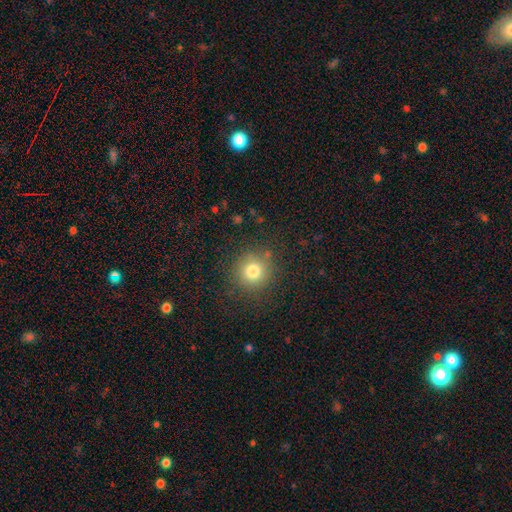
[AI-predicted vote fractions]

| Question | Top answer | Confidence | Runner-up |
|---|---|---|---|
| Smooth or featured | smooth | 72% | star or artifact (21%) |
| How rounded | round | 94% | in between (5%) |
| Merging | none | 90% | minor disturbance (6%) |